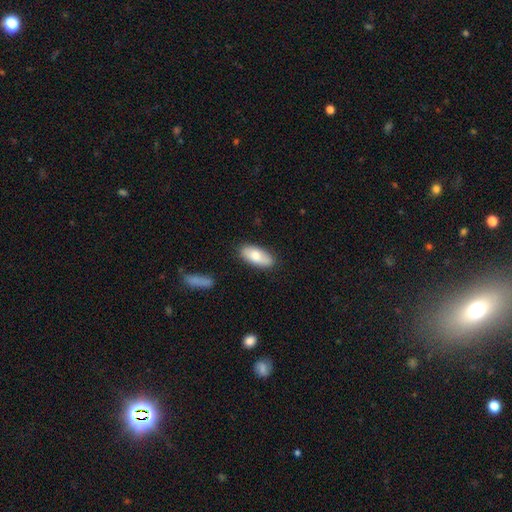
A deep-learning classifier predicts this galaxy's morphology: smooth 75%, featured or disk 19%, star or artifact 6%. Down the decision tree: how rounded — in between (88%); merging — none (82%).